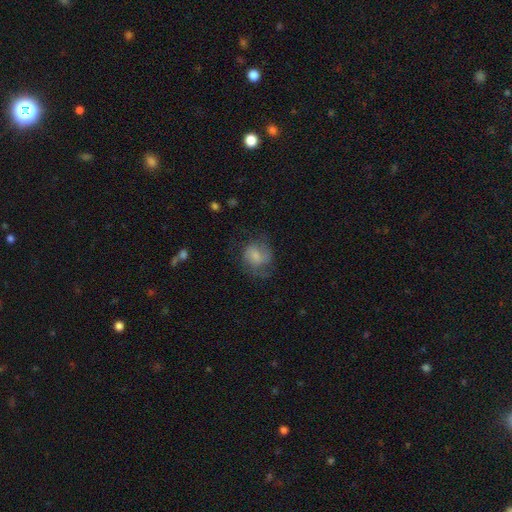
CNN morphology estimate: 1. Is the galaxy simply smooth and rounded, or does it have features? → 53% smooth, 39% featured or disk, 8% star or artifact.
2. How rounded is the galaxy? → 67% round, 32% in between, 1% cigar-shaped.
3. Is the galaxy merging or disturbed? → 51% none, 25% minor disturbance, 23% major disturbance, 2% merger.